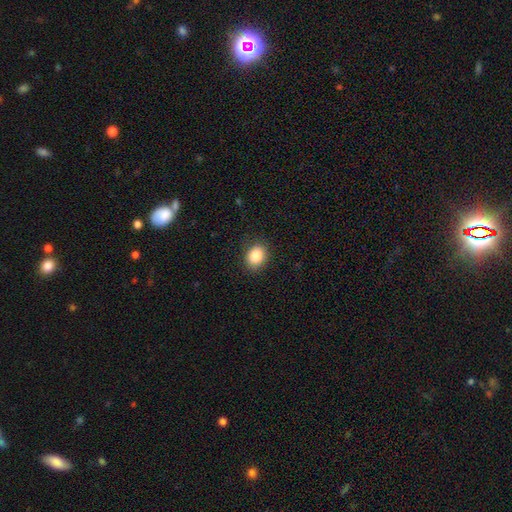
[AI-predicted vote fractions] The model was most divided on "how rounded": in between: 58%, round: 41%, cigar-shaped: 1%. More confident: merging — none (87%); smooth or featured — smooth (87%).